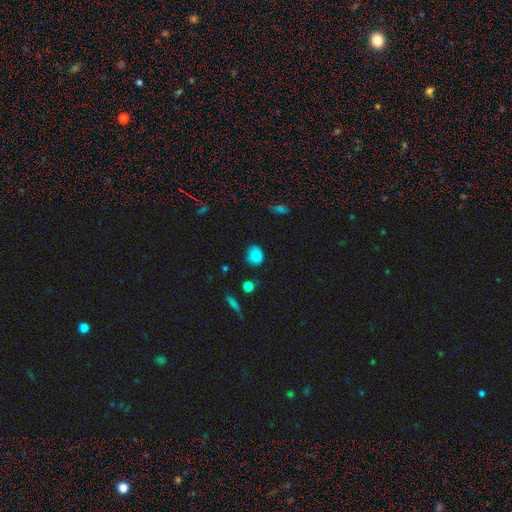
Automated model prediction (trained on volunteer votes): The model was most divided on "how rounded": round: 73%, in between: 26%, cigar-shaped: 1%. More confident: smooth or featured — smooth (83%); merging — none (76%).